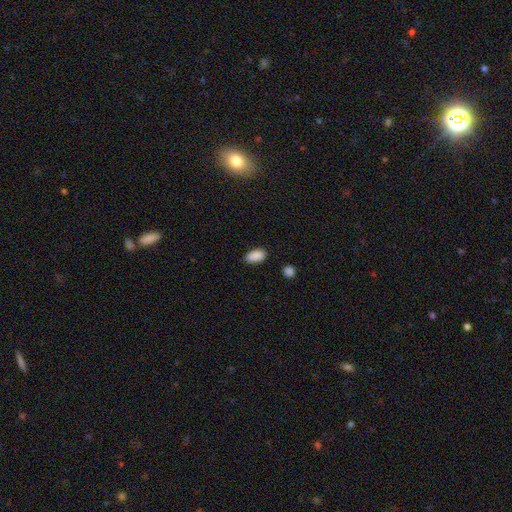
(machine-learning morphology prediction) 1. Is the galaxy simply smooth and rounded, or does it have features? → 89% smooth, 8% star or artifact, 3% featured or disk.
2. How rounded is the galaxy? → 93% in between, 4% round, 3% cigar-shaped.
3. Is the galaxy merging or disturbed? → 82% none, 13% minor disturbance, 3% major disturbance, 2% merger.